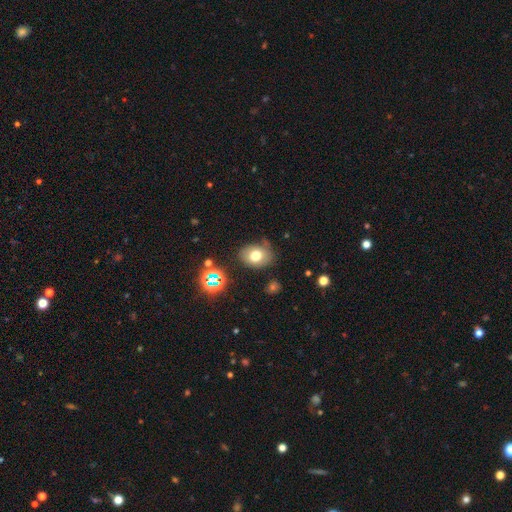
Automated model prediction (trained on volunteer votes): Morphology: type=smooth (71%); roundness=in between (59%); merging=none (72%).